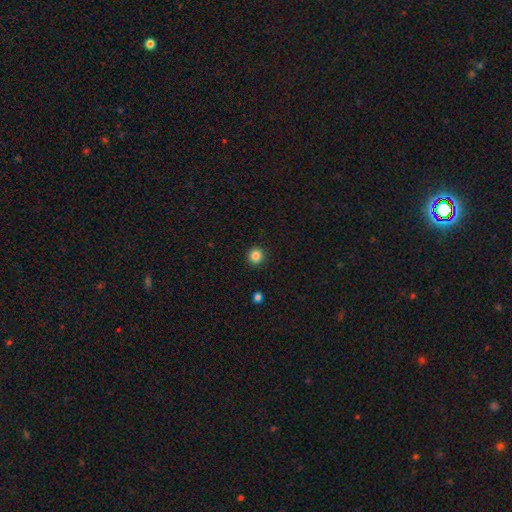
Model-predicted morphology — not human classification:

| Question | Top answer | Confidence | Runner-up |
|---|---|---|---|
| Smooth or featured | smooth | 85% | star or artifact (11%) |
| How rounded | round | 95% | in between (4%) |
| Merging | none | 93% | minor disturbance (5%) |